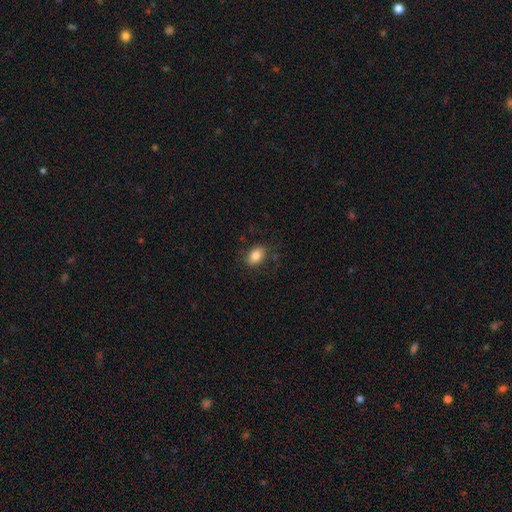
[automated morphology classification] Smooth or featured? smooth (83%)
How rounded? in between (78%)
Merging? none (79%)